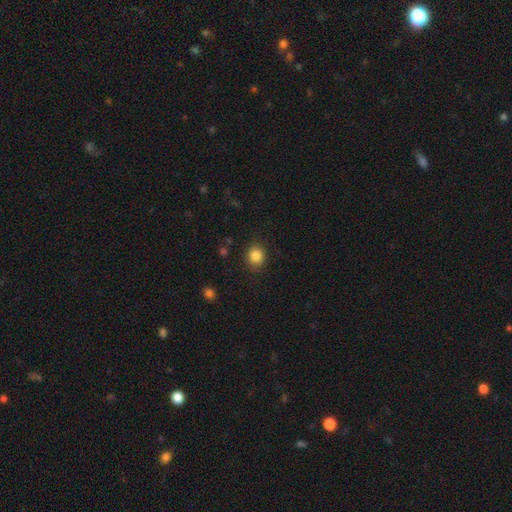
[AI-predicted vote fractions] smooth_or_featured: smooth (p=0.85) [alt: star or artifact p=0.10]
how_rounded: round (p=0.77) [alt: in between p=0.22]
merging: none (p=0.87) [alt: minor disturbance p=0.09]